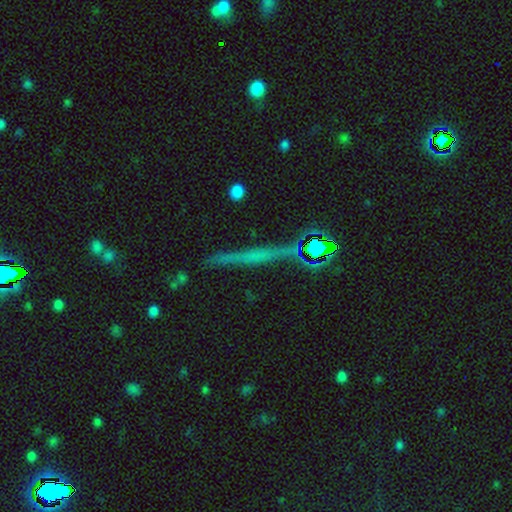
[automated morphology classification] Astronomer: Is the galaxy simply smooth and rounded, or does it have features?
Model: featured or disk — 45% (runner-up: smooth, 29%).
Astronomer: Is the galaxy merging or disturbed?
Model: none — 87%.